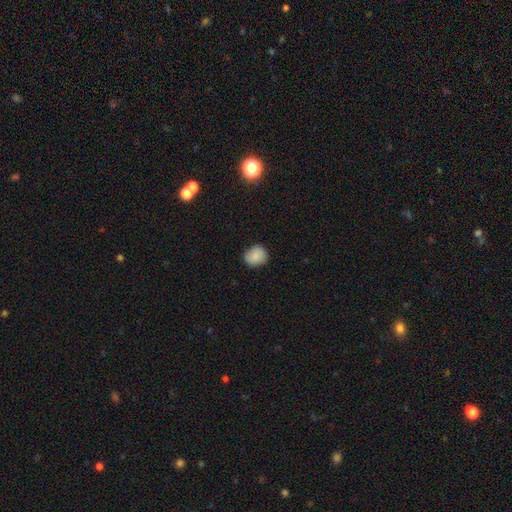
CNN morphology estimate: smooth 84%, featured or disk 8%, star or artifact 8%. Down the decision tree: how rounded — round (73%); merging — none (81%).